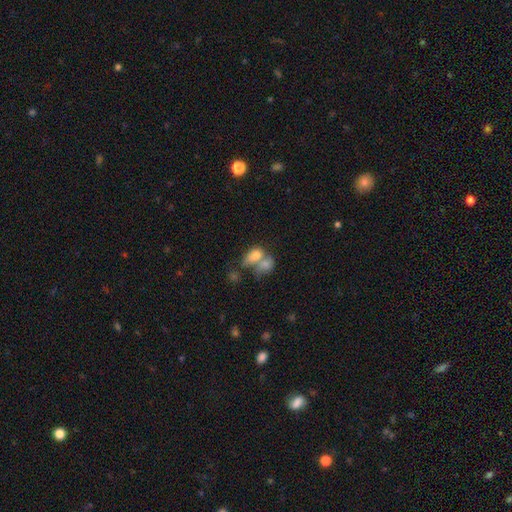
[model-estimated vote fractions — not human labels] A smooth galaxy with no disk features (75%) that is in between round and cigar-shaped (78%). Merging: merger (64%).